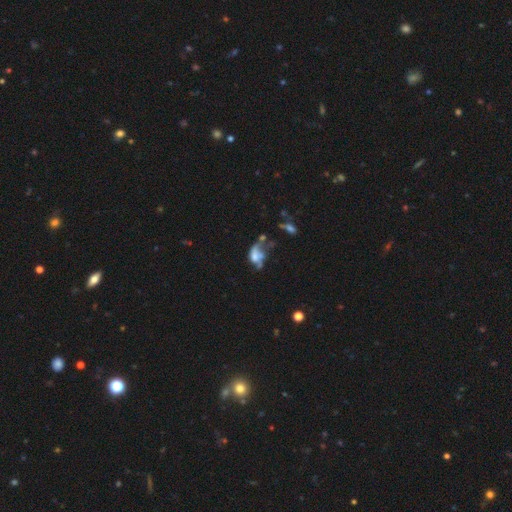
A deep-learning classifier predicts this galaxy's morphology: smooth_or_featured: featured or disk (p=0.46) [alt: smooth p=0.40]
merging: major disturbance (p=0.38) [alt: merger p=0.27]